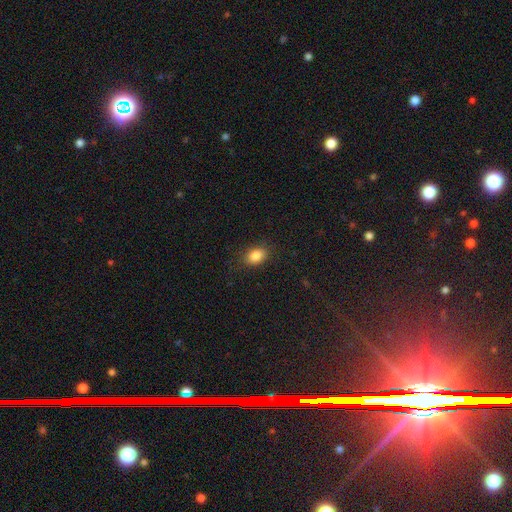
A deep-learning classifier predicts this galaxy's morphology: This is clearly a smooth galaxy (85%). How rounded: likely in between (79%). Merging: clearly none (86%).